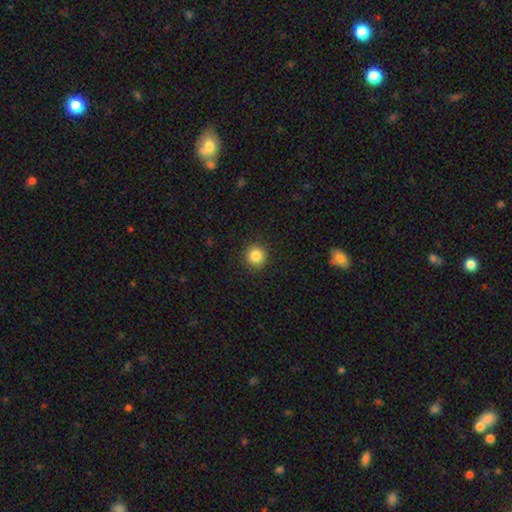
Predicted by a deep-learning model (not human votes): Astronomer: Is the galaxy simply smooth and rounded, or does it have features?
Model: smooth — 85%.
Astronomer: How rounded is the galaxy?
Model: round — 94%.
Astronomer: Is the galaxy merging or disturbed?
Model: none — 91%.